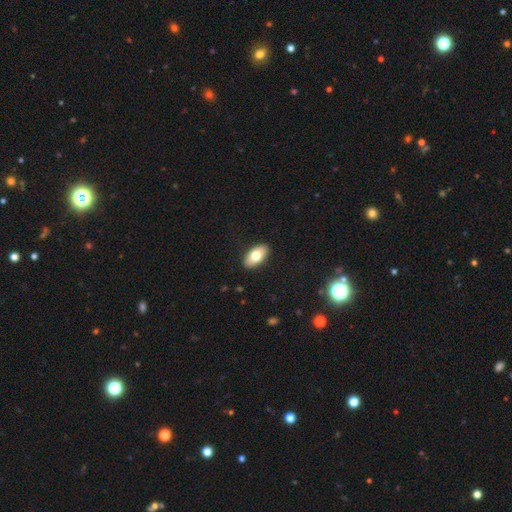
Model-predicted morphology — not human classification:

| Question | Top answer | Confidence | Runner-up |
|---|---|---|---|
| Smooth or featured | smooth | 74% | featured or disk (20%) |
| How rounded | in between | 93% | round (3%) |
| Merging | none | 90% | minor disturbance (8%) |